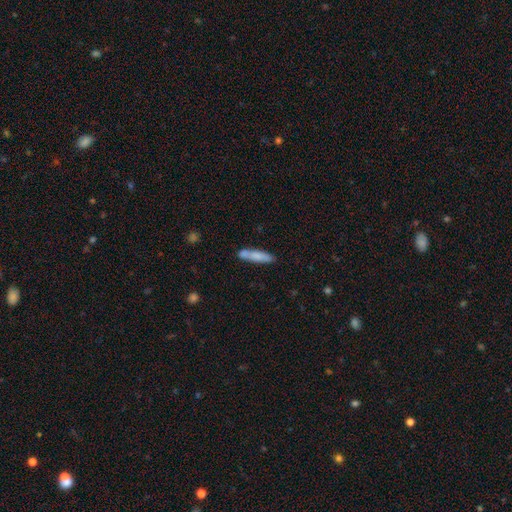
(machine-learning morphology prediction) smooth-or-featured: smooth: 75% | featured or disk: 18% | star or artifact: 6%
  how-rounded: cigar-shaped: 81% | in between: 18% | round: 2%
  merging: none: 67% | minor disturbance: 15% | merger: 14% | major disturbance: 4%